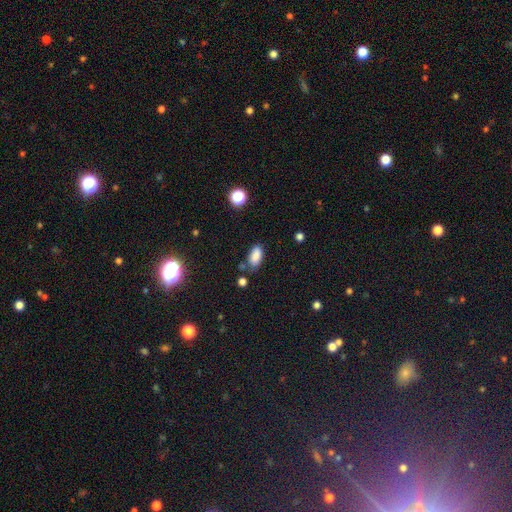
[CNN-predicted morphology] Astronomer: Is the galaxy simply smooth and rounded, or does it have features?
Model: smooth — 85%.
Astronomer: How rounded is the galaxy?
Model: in between — 91%.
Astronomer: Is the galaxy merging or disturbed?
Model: none — 73%.